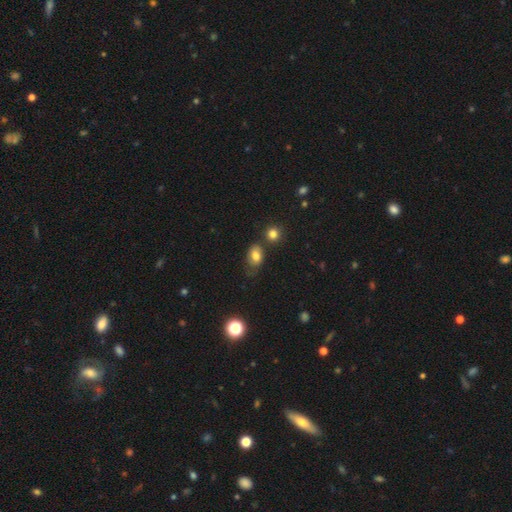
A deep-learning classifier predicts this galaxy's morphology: This is likely a smooth galaxy (77%). How rounded: likely in between (79%). Merging: possibly none (52%).